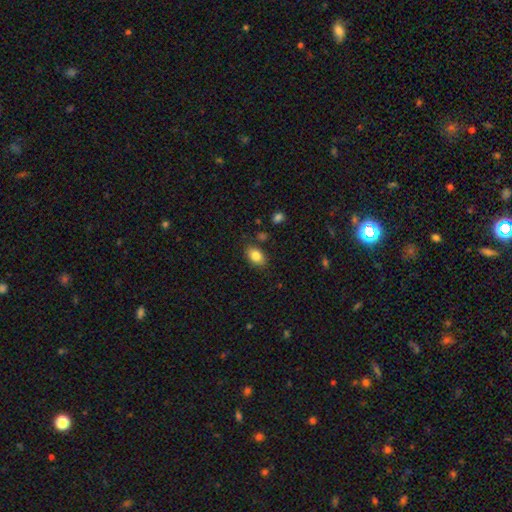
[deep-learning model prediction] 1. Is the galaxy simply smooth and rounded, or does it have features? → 84% smooth, 8% star or artifact, 8% featured or disk.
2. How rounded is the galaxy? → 89% in between, 10% round, 2% cigar-shaped.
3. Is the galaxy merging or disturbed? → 82% none, 12% minor disturbance, 3% merger, 3% major disturbance.